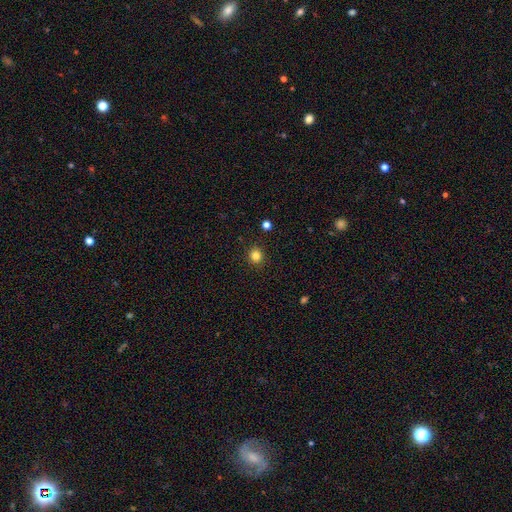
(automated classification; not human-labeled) smooth 83%, star or artifact 13%, featured or disk 4%. Down the decision tree: how rounded — round (88%); merging — none (91%).